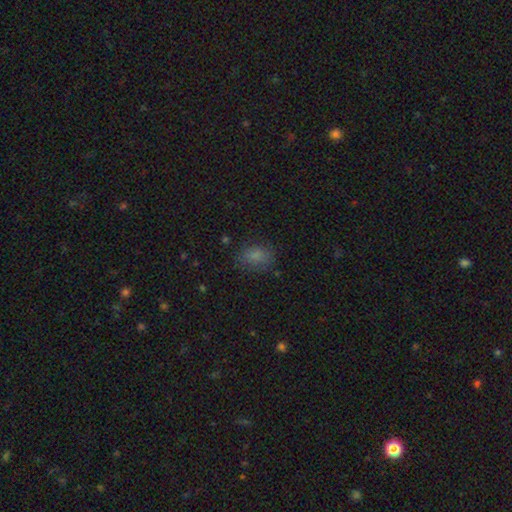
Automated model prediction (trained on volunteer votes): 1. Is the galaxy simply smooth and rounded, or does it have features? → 78% smooth, 14% star or artifact, 8% featured or disk.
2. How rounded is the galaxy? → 75% in between, 24% round, 2% cigar-shaped.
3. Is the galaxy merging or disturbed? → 72% none, 19% minor disturbance, 8% major disturbance, 2% merger.